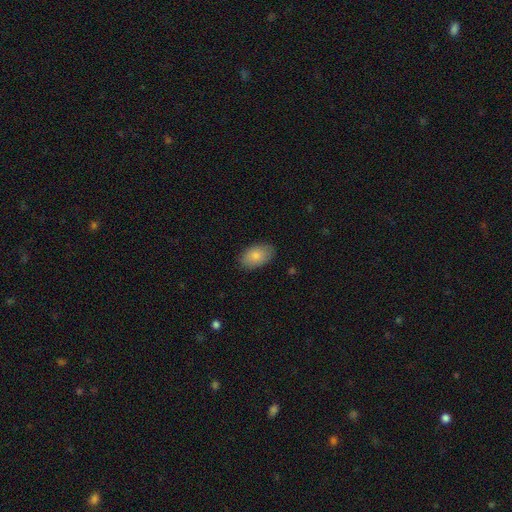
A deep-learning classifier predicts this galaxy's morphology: Smooth or featured?
  - smooth: 83% *
  - featured or disk: 10%
  - star or artifact: 7%
How rounded?
  - in between: 91% *
  - round: 7%
  - cigar-shaped: 1%
Merging?
  - none: 84% *
  - minor disturbance: 12%
  - major disturbance: 3%
  - merger: 1%